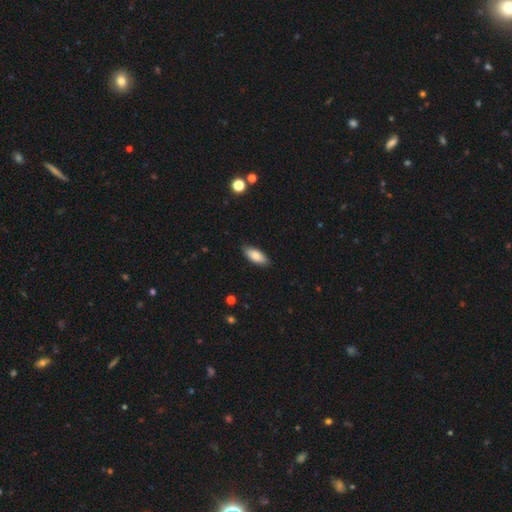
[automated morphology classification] Smooth or featured? smooth (84%)
How rounded? in between (83%)
Merging? none (86%)